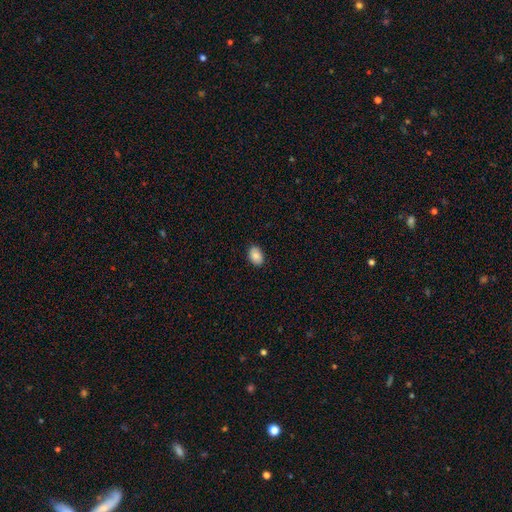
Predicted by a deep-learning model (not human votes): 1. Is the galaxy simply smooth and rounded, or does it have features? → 85% smooth, 8% star or artifact, 7% featured or disk.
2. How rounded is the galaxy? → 83% in between, 16% round, 1% cigar-shaped.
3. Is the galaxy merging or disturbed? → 87% none, 10% minor disturbance, 2% major disturbance, 1% merger.